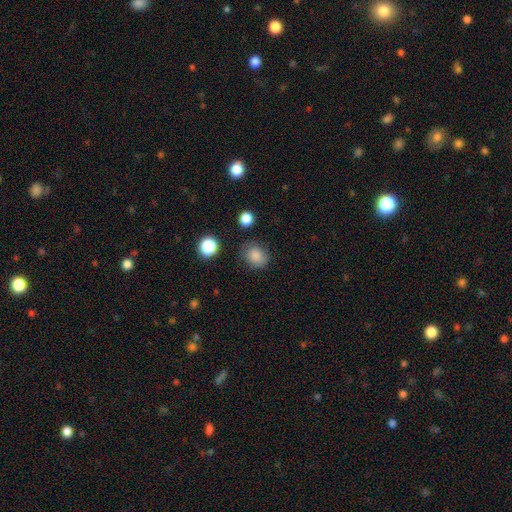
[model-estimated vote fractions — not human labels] The model was most divided on "how rounded": round: 53%, in between: 46%, cigar-shaped: 1%. More confident: smooth or featured — smooth (84%); merging — none (75%).